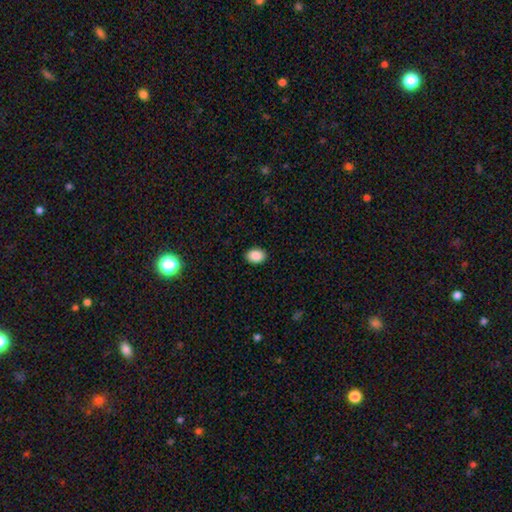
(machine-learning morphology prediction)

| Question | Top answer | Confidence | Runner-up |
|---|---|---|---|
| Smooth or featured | smooth | 89% | star or artifact (8%) |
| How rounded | in between | 80% | round (19%) |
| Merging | none | 90% | minor disturbance (8%) |